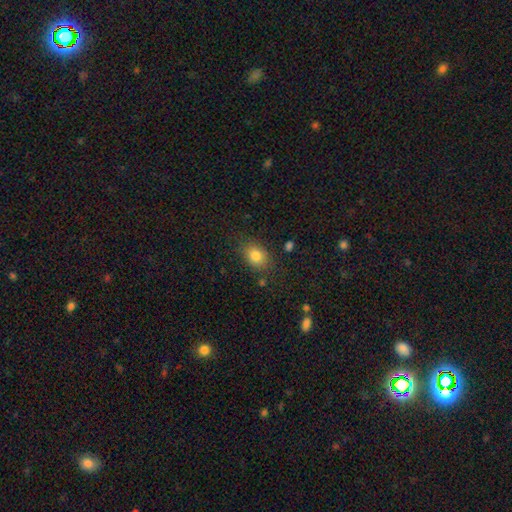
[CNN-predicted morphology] smooth 83%, star or artifact 10%, featured or disk 7%. Down the decision tree: how rounded — in between (67%); merging — none (79%).